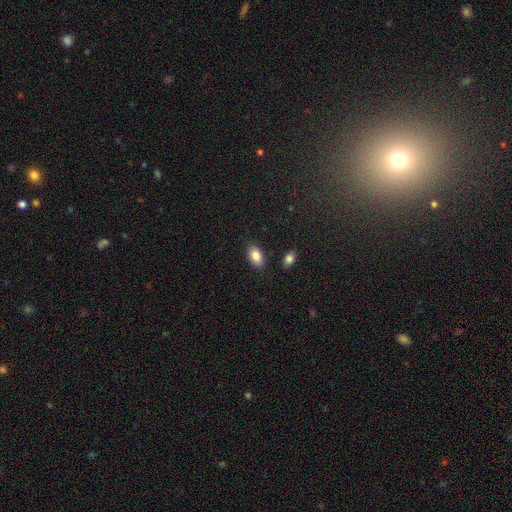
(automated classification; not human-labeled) Smooth or featured? Predicted: smooth (p=0.86). How rounded? Predicted: in between (p=0.93). Merging? Predicted: none (p=0.85).